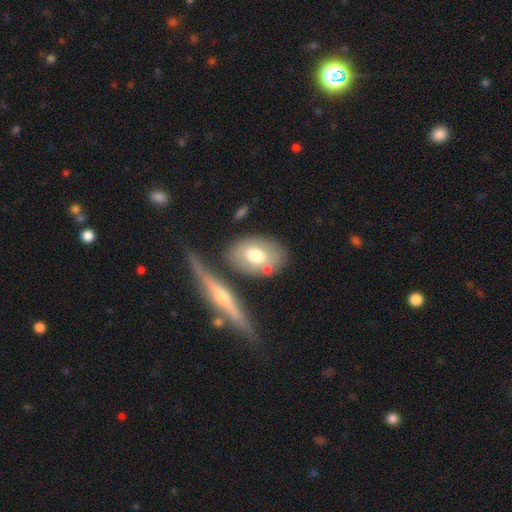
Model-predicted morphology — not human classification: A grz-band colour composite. It shows a smooth galaxy with no disk features (63%) that is in between round and cigar-shaped (86%). Merging: none (63%).